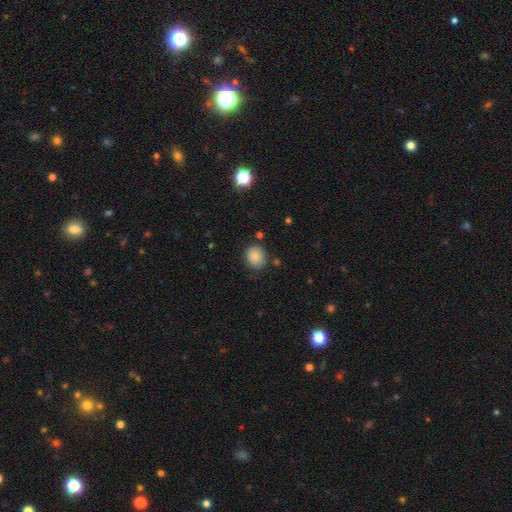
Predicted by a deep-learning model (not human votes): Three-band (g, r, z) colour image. It shows a smooth galaxy with no disk features (86%) that is round (74%). Merging: none (81%).